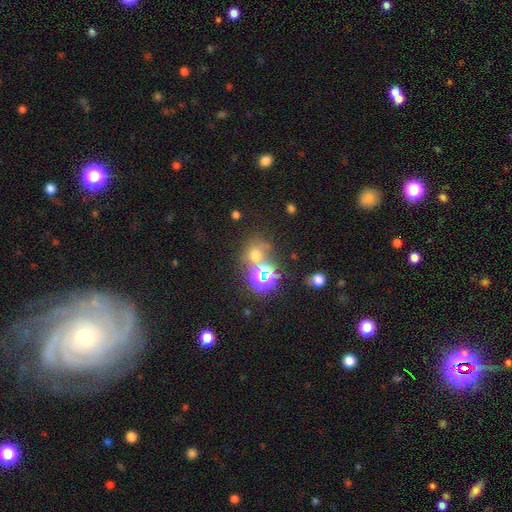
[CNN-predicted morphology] Smooth or featured?
  - smooth: 55% *
  - star or artifact: 35%
  - featured or disk: 10%
How rounded?
  - round: 82% *
  - in between: 17%
  - cigar-shaped: 1%
Merging?
  - none: 57% *
  - merger: 24%
  - minor disturbance: 12%
  - major disturbance: 7%